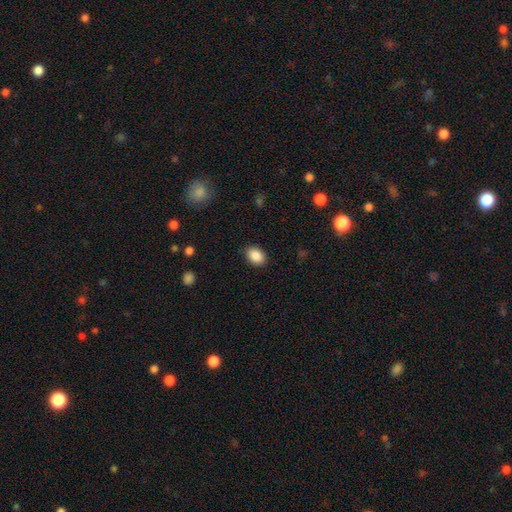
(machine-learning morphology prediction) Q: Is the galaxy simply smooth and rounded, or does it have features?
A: smooth — 88%.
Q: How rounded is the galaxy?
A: in between — 77%.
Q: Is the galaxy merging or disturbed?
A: none — 87%.